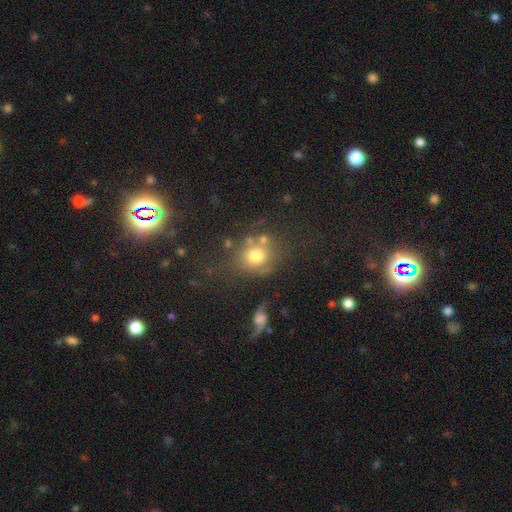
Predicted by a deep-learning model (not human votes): The model was most divided on "merging": none: 61%, minor disturbance: 17%, merger: 12%, major disturbance: 10%. More confident: how rounded — round (76%); smooth or featured — smooth (72%).